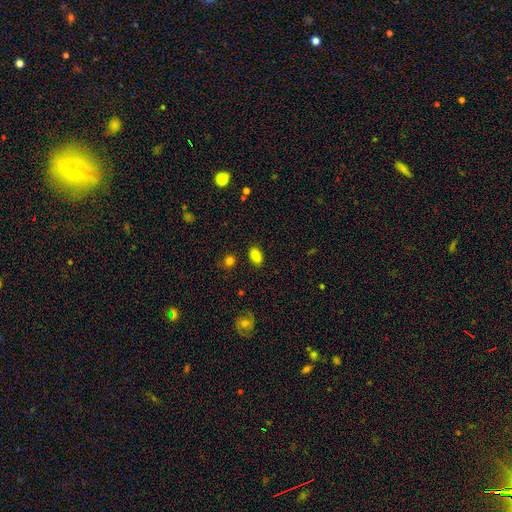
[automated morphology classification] smooth_or_featured: smooth (p=0.86) [alt: star or artifact p=0.11]
how_rounded: in between (p=0.89) [alt: round p=0.09]
merging: none (p=0.85) [alt: minor disturbance p=0.10]